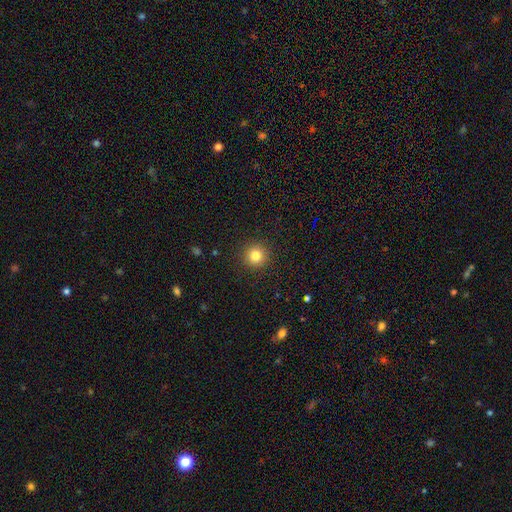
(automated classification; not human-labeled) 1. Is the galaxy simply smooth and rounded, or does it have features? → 81% smooth, 12% star or artifact, 6% featured or disk.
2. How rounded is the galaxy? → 95% round, 4% in between, 1% cigar-shaped.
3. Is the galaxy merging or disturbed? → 92% none, 5% minor disturbance, 2% major disturbance, 1% merger.